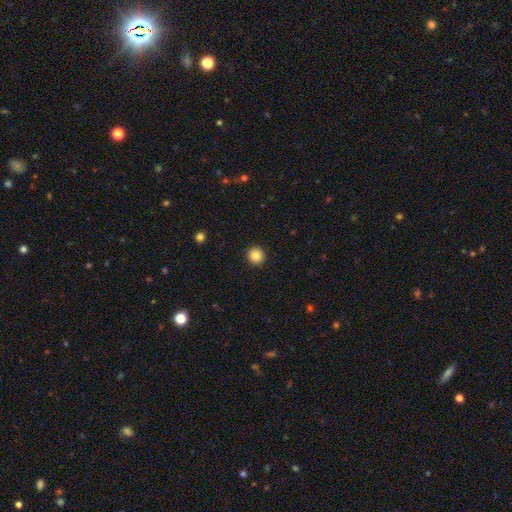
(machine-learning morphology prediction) Smooth or featured? Predicted: smooth (p=0.86). How rounded? Predicted: round (p=0.94). Merging? Predicted: none (p=0.93).